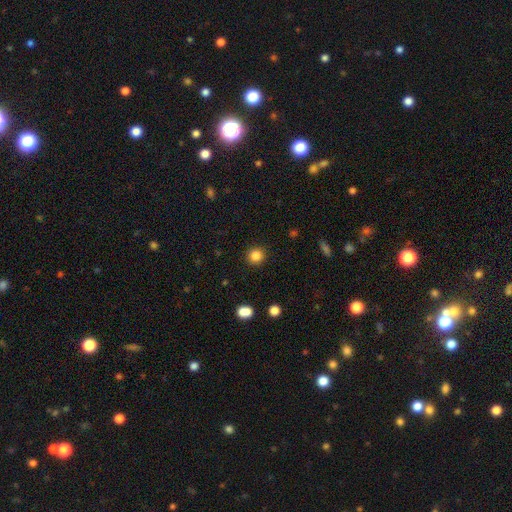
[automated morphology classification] smooth_or_featured: smooth (p=0.85) [alt: star or artifact p=0.11]
how_rounded: round (p=0.92) [alt: in between p=0.07]
merging: none (p=0.91) [alt: minor disturbance p=0.06]